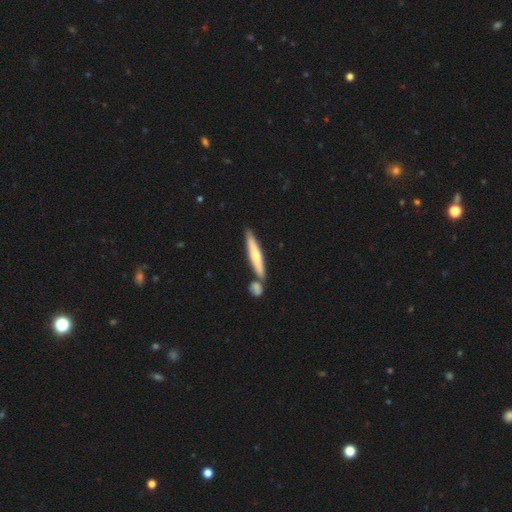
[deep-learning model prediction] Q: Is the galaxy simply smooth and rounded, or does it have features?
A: smooth — 52%.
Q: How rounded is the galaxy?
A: cigar-shaped — 92%.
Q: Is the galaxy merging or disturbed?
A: none — 71%.